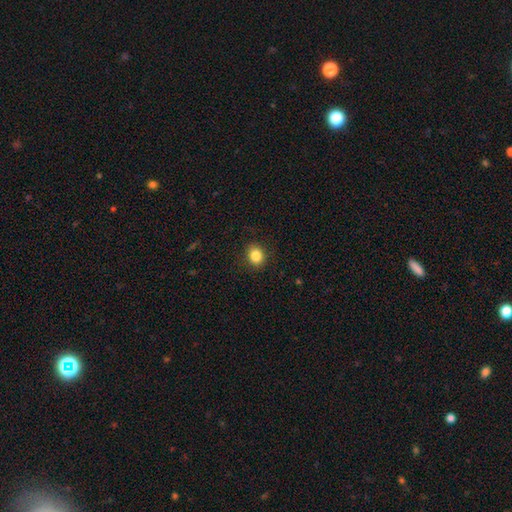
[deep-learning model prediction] smooth 84%, star or artifact 10%, featured or disk 5%. Down the decision tree: how rounded — round (65%); merging — none (89%).